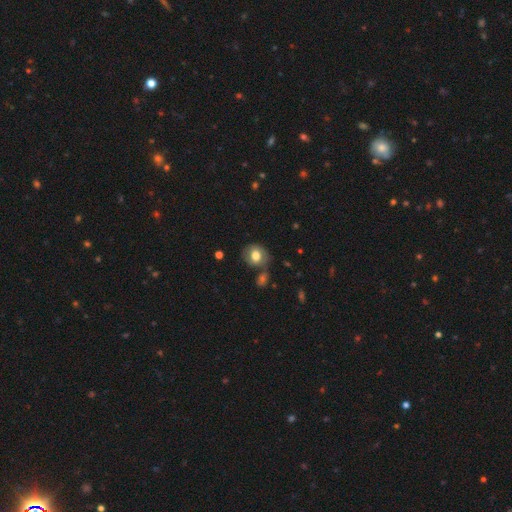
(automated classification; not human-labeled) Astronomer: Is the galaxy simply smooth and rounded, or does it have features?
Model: smooth — 73%.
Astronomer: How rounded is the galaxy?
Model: round — 68%.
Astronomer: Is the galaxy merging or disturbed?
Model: none — 65%.